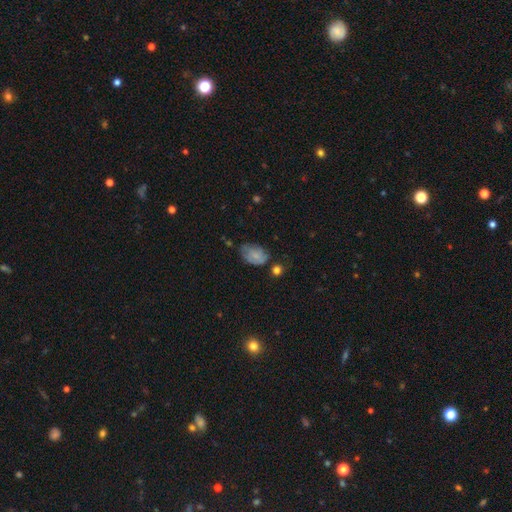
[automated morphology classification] Smooth or featured?
  - smooth: 69% *
  - featured or disk: 22%
  - star or artifact: 9%
How rounded?
  - in between: 84% *
  - round: 14%
  - cigar-shaped: 1%
Merging?
  - none: 46% *
  - minor disturbance: 37%
  - major disturbance: 12%
  - merger: 6%